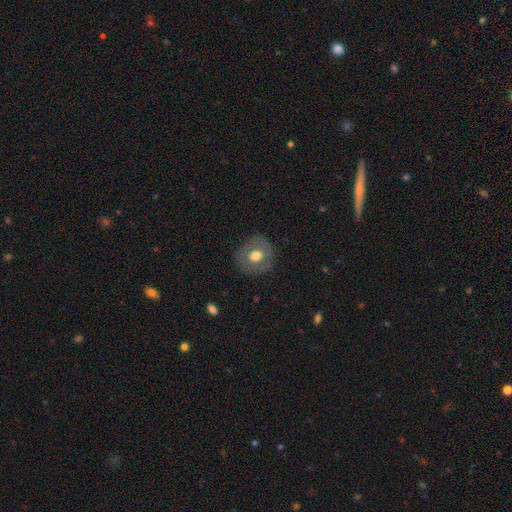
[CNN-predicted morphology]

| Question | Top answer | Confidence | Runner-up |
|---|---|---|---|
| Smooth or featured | smooth | 57% | featured or disk (35%) |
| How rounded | round | 83% | in between (16%) |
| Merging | none | 83% | minor disturbance (12%) |